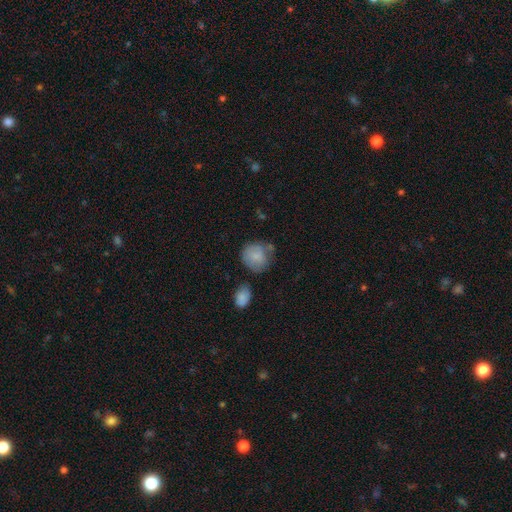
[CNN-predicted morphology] This appears to be a smooth galaxy with no disk features (82%) that is round (81%). Merging: none (55%).